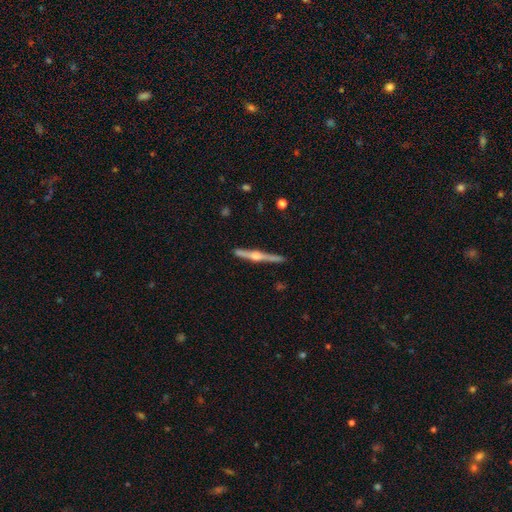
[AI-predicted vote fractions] A featured or disk galaxy (74%) viewed edge-on (96%) with a rounded central bulge (87%). Merging: none (84%).